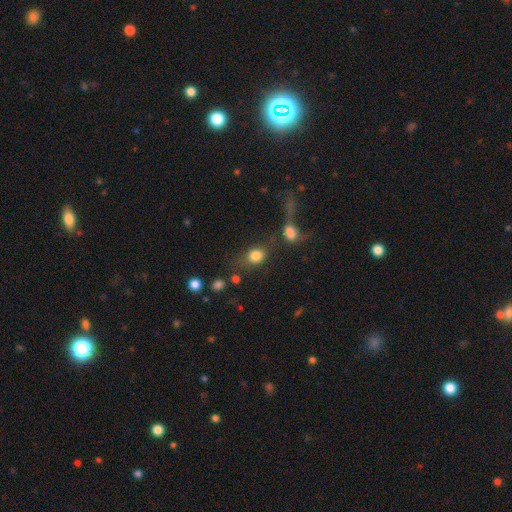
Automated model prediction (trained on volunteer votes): smooth 80%, star or artifact 11%, featured or disk 9%. Down the decision tree: how rounded — in between (50%); merging — none (48%).